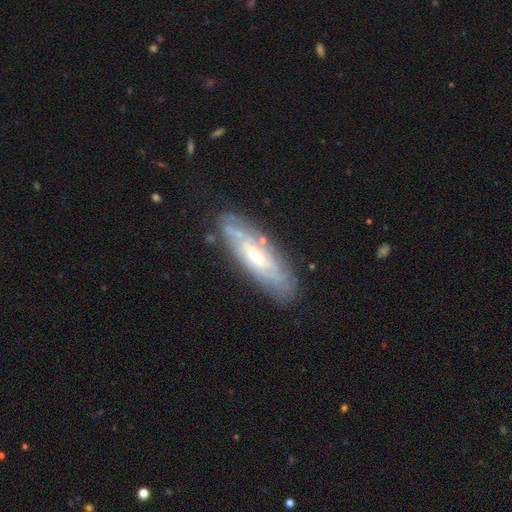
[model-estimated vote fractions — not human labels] A featured or disk galaxy (72%) with no bar (59%), spiral arms (73%) and a moderate central bulge (48%).

Vote fractions:
- Smooth or featured? featured or disk: 72% / smooth: 22% / star or artifact: 6%
- Edge-on disk? no: 72% / yes: 28%
- Bar? no: 59% / weak: 32% / strong: 9%
- Spiral arms? yes: 73% / no: 27%
- Bulge size? moderate: 48% / small: 46% / large: 4% / none: 1% / dominant: 1%
- Merging? none: 77% / minor disturbance: 16% / major disturbance: 4% / merger: 3%